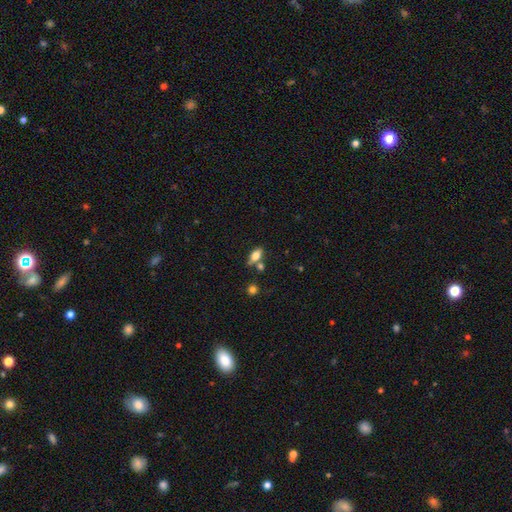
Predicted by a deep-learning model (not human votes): smooth-or-featured: smooth: 70% | featured or disk: 20% | star or artifact: 9%
  how-rounded: in between: 82% | cigar-shaped: 12% | round: 6%
  merging: none: 64% | merger: 17% | minor disturbance: 15% | major disturbance: 5%